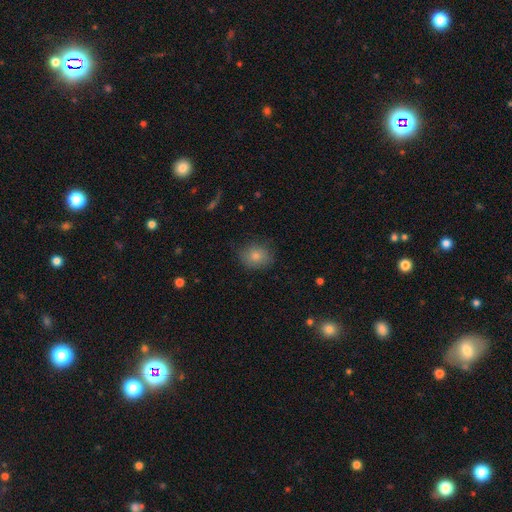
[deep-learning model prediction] The model was most divided on "how rounded": round: 62%, in between: 37%, cigar-shaped: 1%. More confident: smooth or featured — smooth (81%); merging — none (78%).